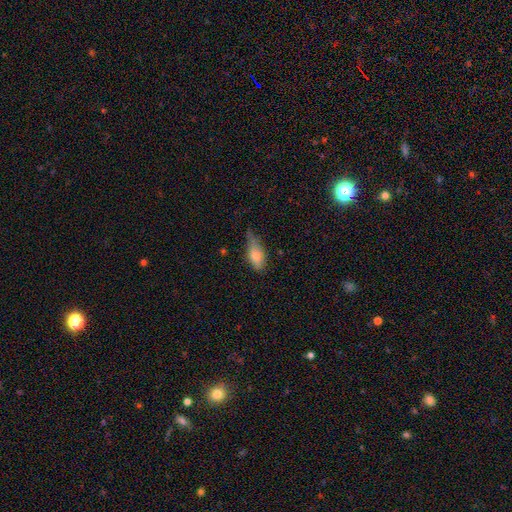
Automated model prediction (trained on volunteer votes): The model was most divided on "merging": minor disturbance: 46%, none: 36%, major disturbance: 16%, merger: 3%. More confident: how rounded — in between (81%); smooth or featured — smooth (77%).